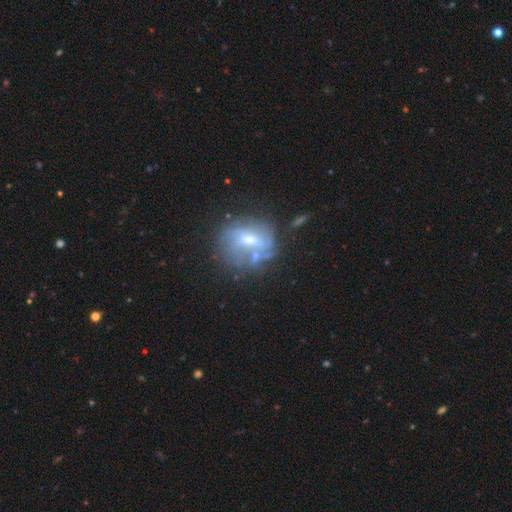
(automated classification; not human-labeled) A featured or disk galaxy (58%) with a weak bar (44%), no spiral arms (54%) and a moderate central bulge (52%). Merging: none (52%).